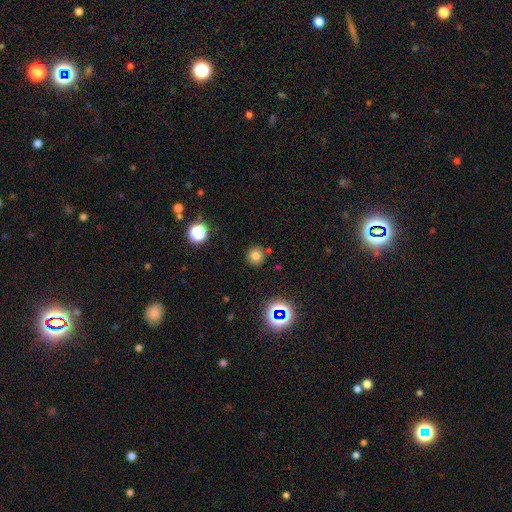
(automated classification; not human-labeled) smooth-or-featured: smooth: 74% | star or artifact: 18% | featured or disk: 8%
  how-rounded: round: 93% | in between: 6% | cigar-shaped: 1%
  merging: none: 85% | minor disturbance: 8% | merger: 4% | major disturbance: 3%